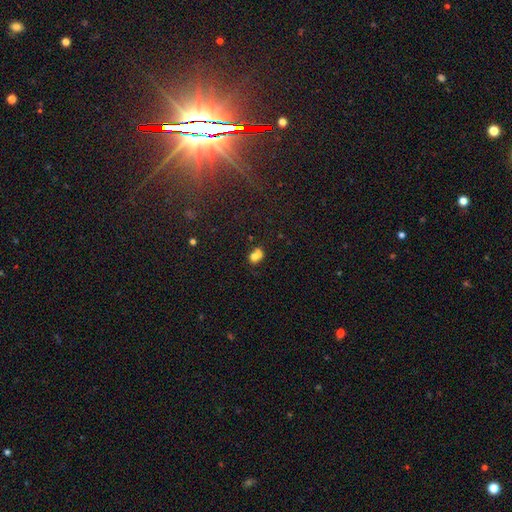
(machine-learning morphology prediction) smooth_or_featured: smooth (p=0.67) [alt: featured or disk p=0.18]
how_rounded: round (p=0.55) [alt: in between p=0.44]
merging: merger (p=0.55) [alt: none p=0.29]